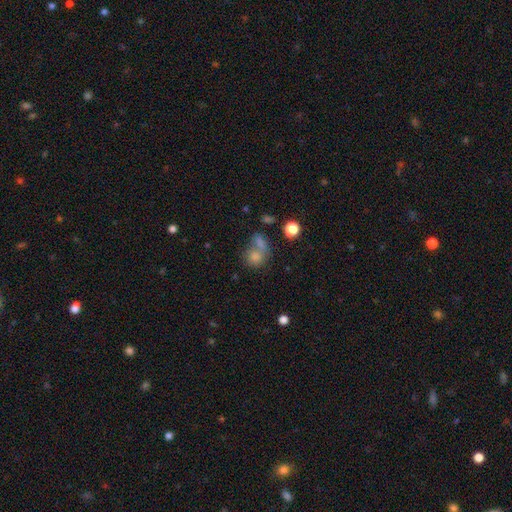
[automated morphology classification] Smooth or featured? Predicted: smooth (p=0.69). How rounded? Predicted: round (p=0.69). Merging? Predicted: merger (p=0.45).